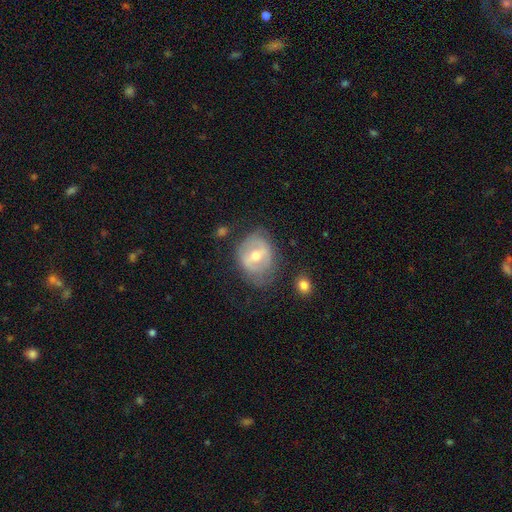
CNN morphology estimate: type=featured or disk (63%); edge-on=no (94%); bar=strong (43%); spiral arms=no (61%); bulge=moderate (71%); merging=none (64%).